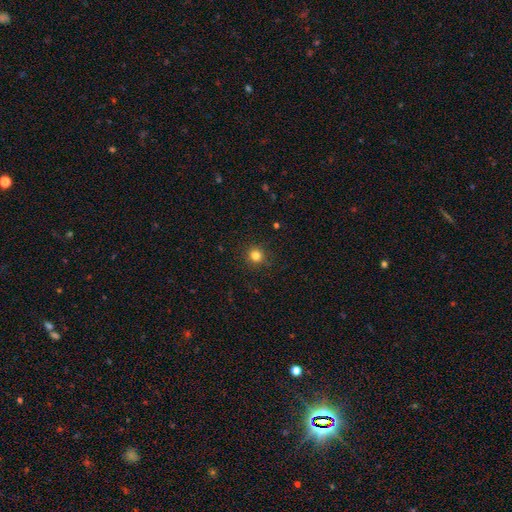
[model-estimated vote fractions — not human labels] A smooth galaxy with no disk features (81%) that is round (92%).

Vote fractions:
- Smooth or featured? smooth: 81% / star or artifact: 14% / featured or disk: 5%
- How rounded? round: 92% / in between: 7% / cigar-shaped: 1%
- Merging? none: 89% / minor disturbance: 8% / major disturbance: 2% / merger: 1%